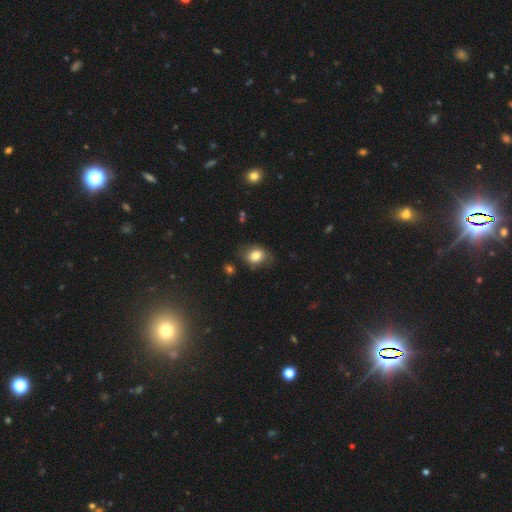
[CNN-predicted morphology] Q: Smooth or featured?
A: smooth (76%); runner-up: featured or disk (15%)
Q: How rounded?
A: in between (62%); runner-up: round (37%)
Q: Merging?
A: none (64%); runner-up: minor disturbance (25%)